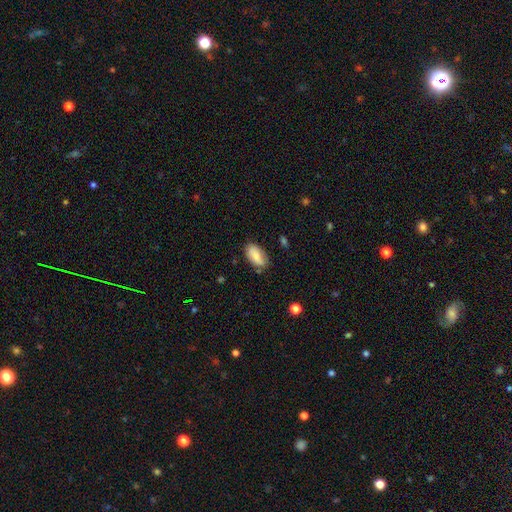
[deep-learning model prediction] Morphology: type=smooth (77%); roundness=in between (93%); merging=none (75%).